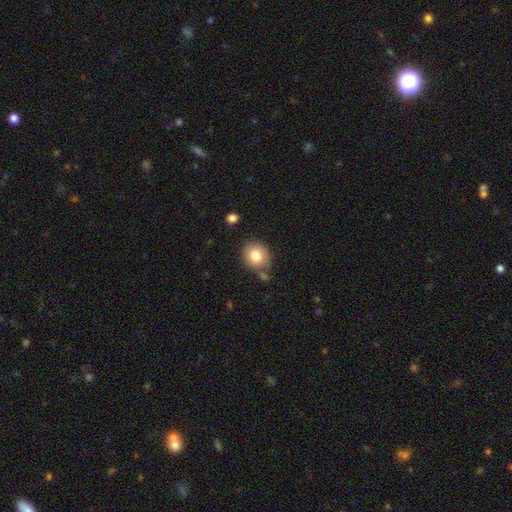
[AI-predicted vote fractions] smooth-or-featured: smooth: 79% | featured or disk: 11% | star or artifact: 10%
  how-rounded: round: 77% | in between: 23% | cigar-shaped: 1%
  merging: none: 74% | minor disturbance: 14% | merger: 8% | major disturbance: 4%